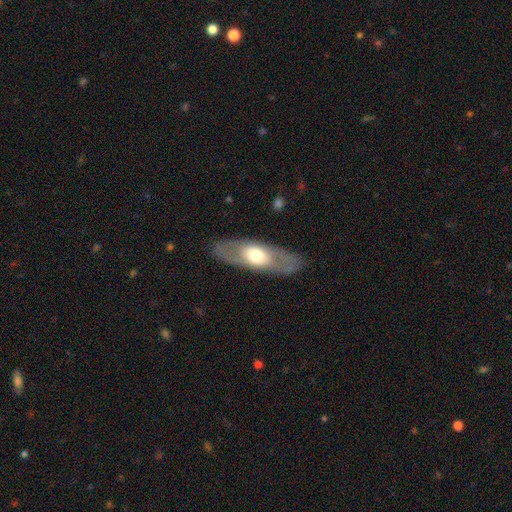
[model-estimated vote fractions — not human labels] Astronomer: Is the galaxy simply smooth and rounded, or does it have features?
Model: featured or disk — 52% (runner-up: smooth, 43%).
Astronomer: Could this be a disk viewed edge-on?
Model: no — 73%.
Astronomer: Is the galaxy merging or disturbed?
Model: none — 82%.